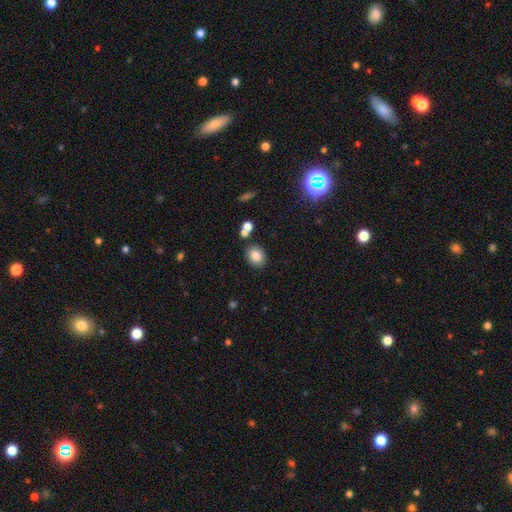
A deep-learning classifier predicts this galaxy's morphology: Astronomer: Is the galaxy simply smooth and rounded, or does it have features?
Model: smooth — 82%.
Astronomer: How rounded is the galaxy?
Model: round — 50% (runner-up: in between, 49%).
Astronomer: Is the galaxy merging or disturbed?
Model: none — 80%.